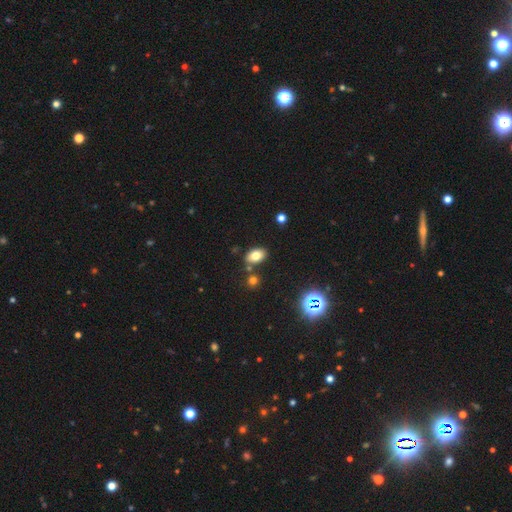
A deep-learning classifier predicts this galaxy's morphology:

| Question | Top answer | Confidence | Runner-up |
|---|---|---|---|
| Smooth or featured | smooth | 77% | star or artifact (12%) |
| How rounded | in between | 87% | round (11%) |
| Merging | none | 76% | minor disturbance (11%) |